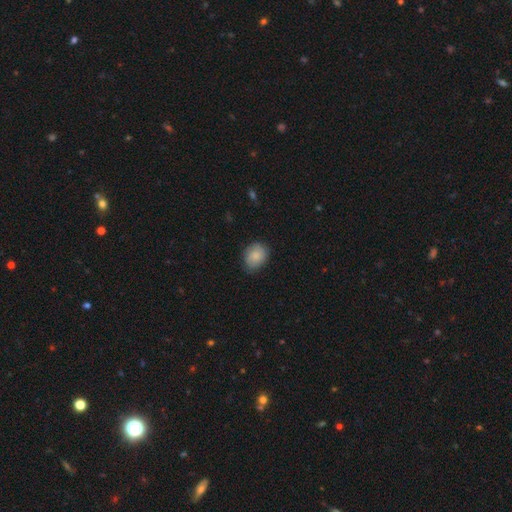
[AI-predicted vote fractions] smooth_or_featured: smooth (p=0.84) [alt: featured or disk p=0.09]
how_rounded: round (p=0.53) [alt: in between p=0.46]
merging: none (p=0.76) [alt: minor disturbance p=0.19]